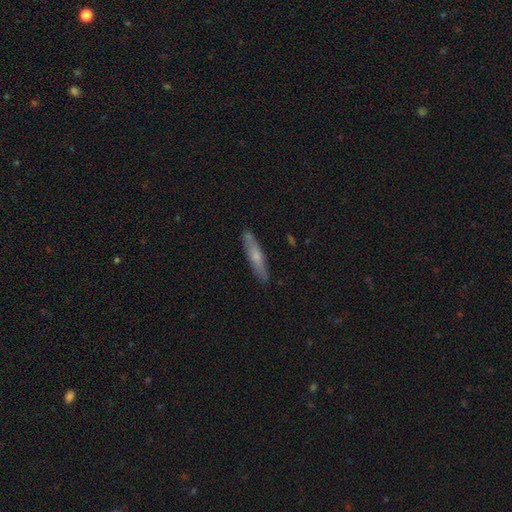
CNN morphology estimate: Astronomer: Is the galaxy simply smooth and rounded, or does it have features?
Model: smooth — 53% (runner-up: featured or disk, 41%).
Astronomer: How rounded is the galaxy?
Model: cigar-shaped — 89%.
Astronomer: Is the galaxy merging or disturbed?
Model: none — 86%.